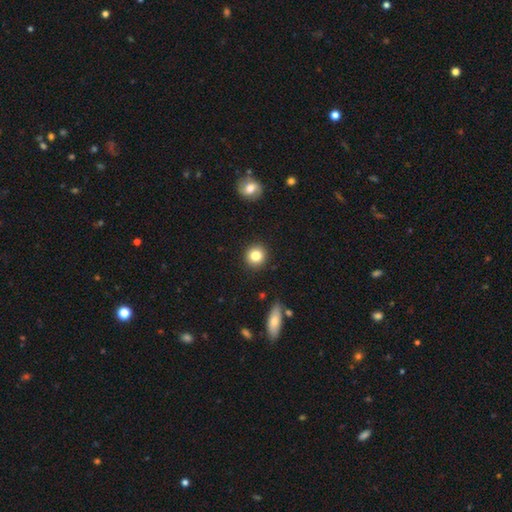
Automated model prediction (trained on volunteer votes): Smooth or featured? smooth (83%)
How rounded? round (91%)
Merging? none (90%)